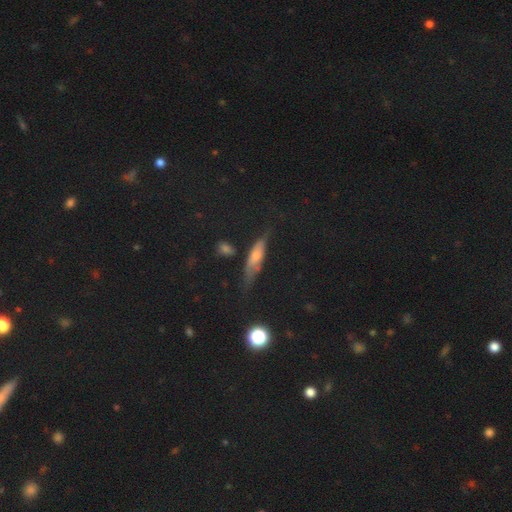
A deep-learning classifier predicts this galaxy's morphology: Smooth or featured? smooth (51%)
How rounded? cigar-shaped (55%)
Merging? none (58%)